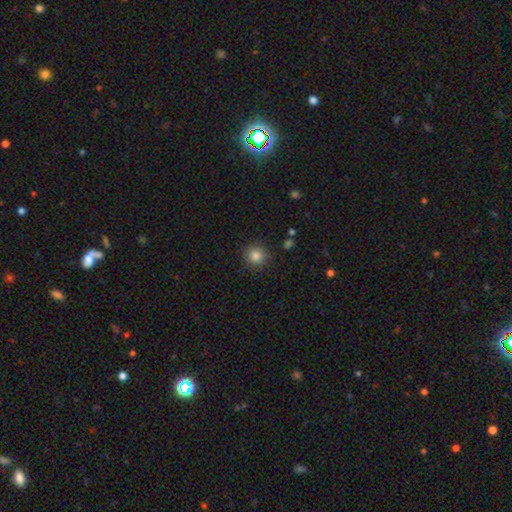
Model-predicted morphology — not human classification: The model was most divided on "smooth or featured": smooth: 85%, star or artifact: 10%, featured or disk: 4%. More confident: how rounded — round (93%); merging — none (89%).